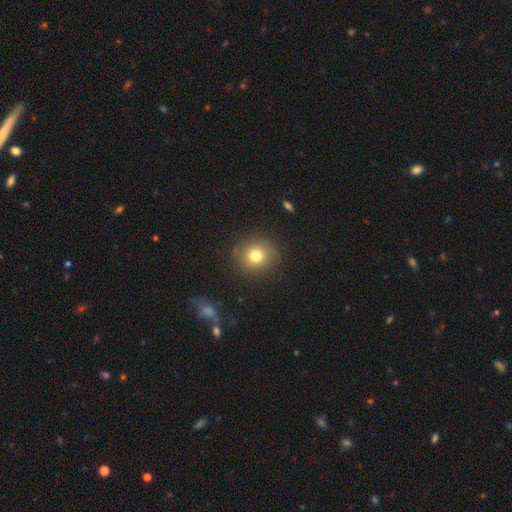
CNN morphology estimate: Smooth or featured: smooth — 77% (star or artifact — 12%)
How rounded: round — 86% (in between — 13%)
Merging: none — 87% (minor disturbance — 9%)